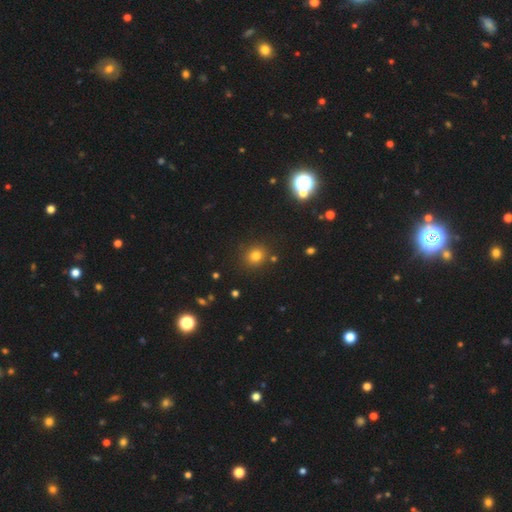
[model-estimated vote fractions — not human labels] Q: Smooth or featured?
A: smooth (75%); runner-up: star or artifact (18%)
Q: How rounded?
A: round (82%); runner-up: in between (17%)
Q: Merging?
A: none (85%); runner-up: minor disturbance (8%)